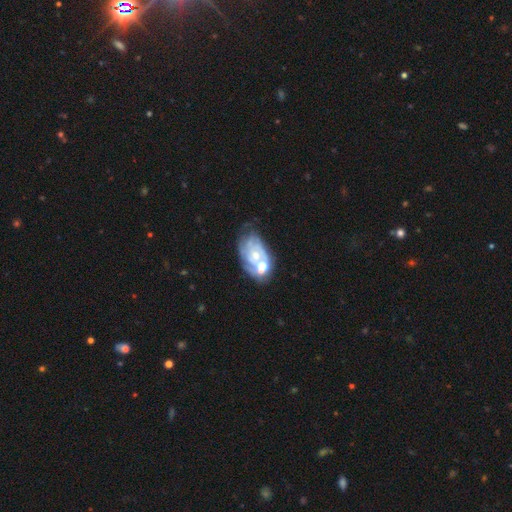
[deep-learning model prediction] Smooth or featured? Predicted: featured or disk (p=0.66). Edge-on disk? Predicted: no (p=0.96). Bar? Predicted: no (p=0.84). Spiral arms? Predicted: yes (p=0.56). Bulge size? Predicted: small (p=0.47). Merging? Predicted: none (p=0.35).